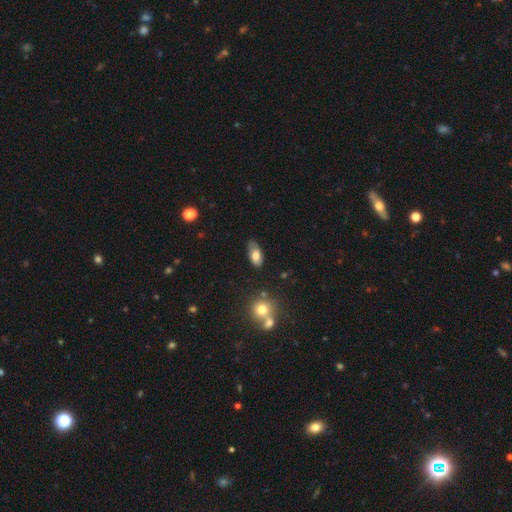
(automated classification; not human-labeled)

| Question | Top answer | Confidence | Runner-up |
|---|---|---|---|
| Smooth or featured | smooth | 74% | featured or disk (18%) |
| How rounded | in between | 90% | cigar-shaped (6%) |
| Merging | none | 67% | minor disturbance (25%) |